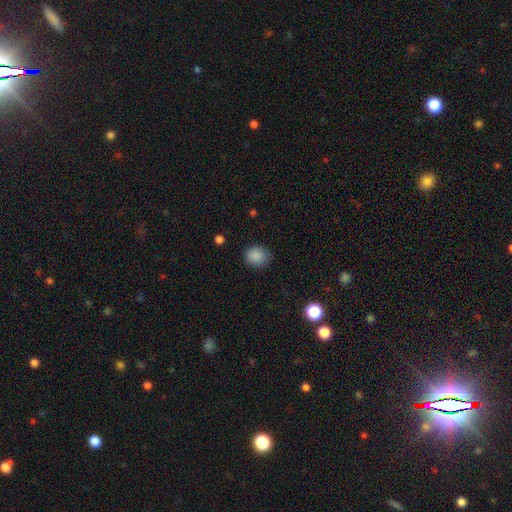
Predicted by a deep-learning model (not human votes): This appears to be a smooth galaxy with no disk features (87%) that is round (69%). Merging: none (77%).